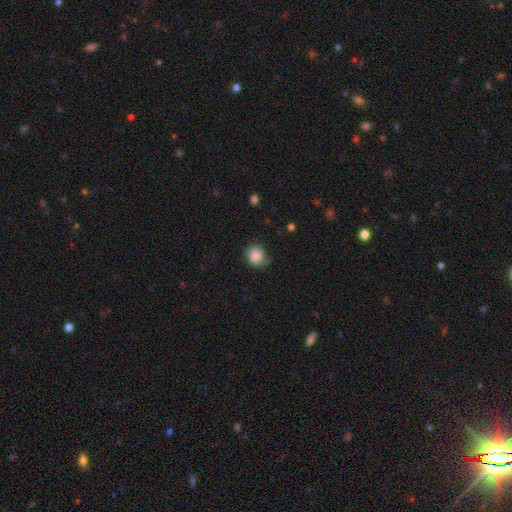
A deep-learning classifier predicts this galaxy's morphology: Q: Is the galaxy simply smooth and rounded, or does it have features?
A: smooth — 85%.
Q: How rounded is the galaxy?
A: round — 74%.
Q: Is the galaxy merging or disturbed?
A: none — 60%.